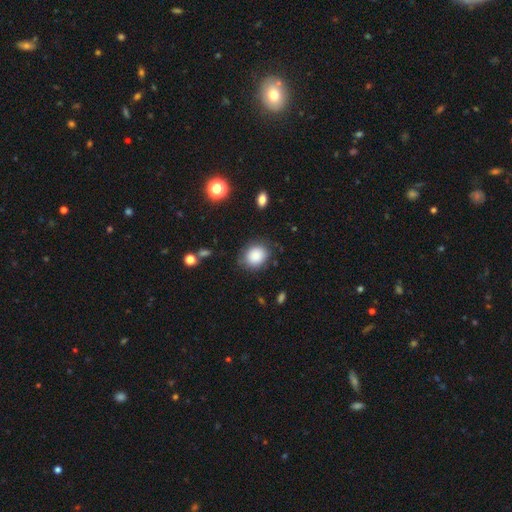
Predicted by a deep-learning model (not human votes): Overall: smooth (87%). How rounded: round (65%; in between 34%). Merging: none (80%).